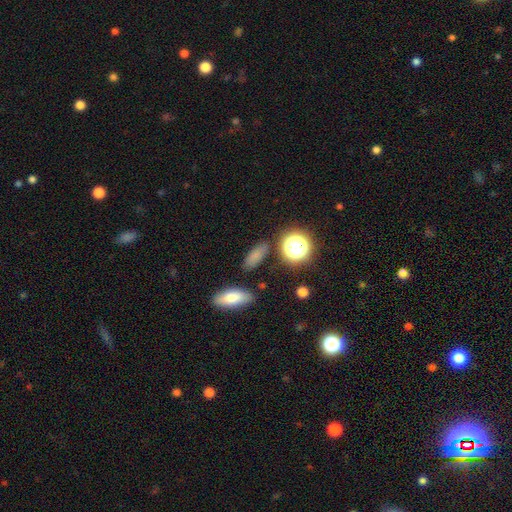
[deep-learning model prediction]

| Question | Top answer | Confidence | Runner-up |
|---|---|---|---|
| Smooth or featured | smooth | 76% | star or artifact (16%) |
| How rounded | in between | 70% | cigar-shaped (17%) |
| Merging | none | 82% | minor disturbance (11%) |